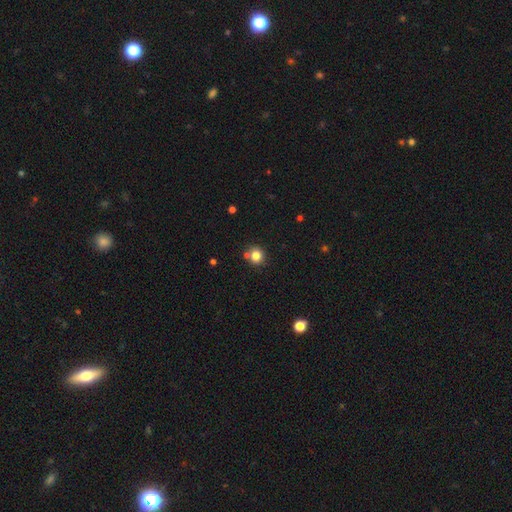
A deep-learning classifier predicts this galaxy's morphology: smooth 81%, star or artifact 12%, featured or disk 7%. Down the decision tree: how rounded — round (89%); merging — none (74%).